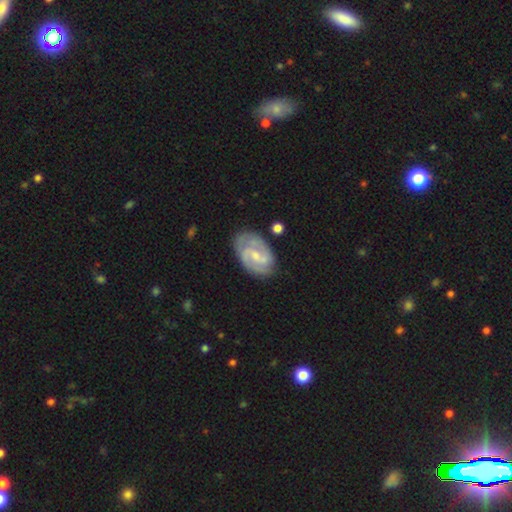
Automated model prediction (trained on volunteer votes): Overall: featured or disk (83%). Edge-on disk: no (97%). Bar: weak (55%; no 30%). Spiral arms: yes (95%). Spiral arm count: 2 (73%). Spiral winding: medium (47%; tight 40%). Bulge size: small (61%; moderate 30%). Merging: none (74%).